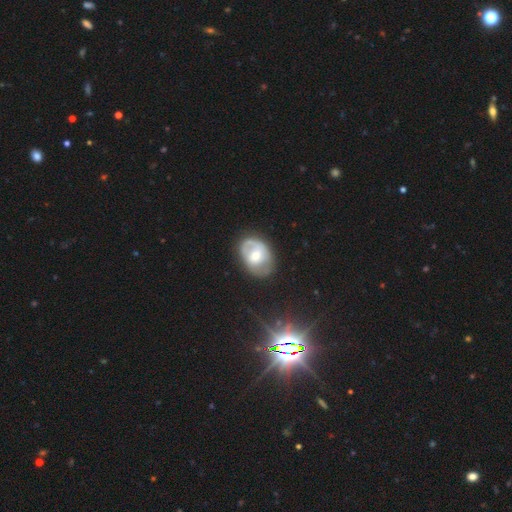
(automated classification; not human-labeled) A featured or disk galaxy (56%) with no bar (54%), spiral arms (55%) and a moderate central bulge (59%). Merging: none (66%).